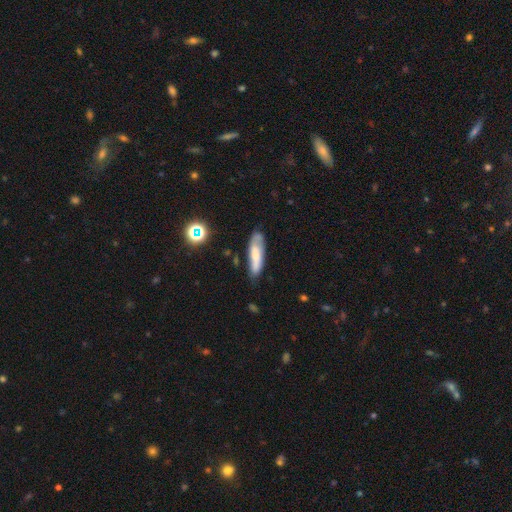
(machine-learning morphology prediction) A smooth galaxy with no disk features (58%) that is cigar-shaped (56%). Merging: none (65%).